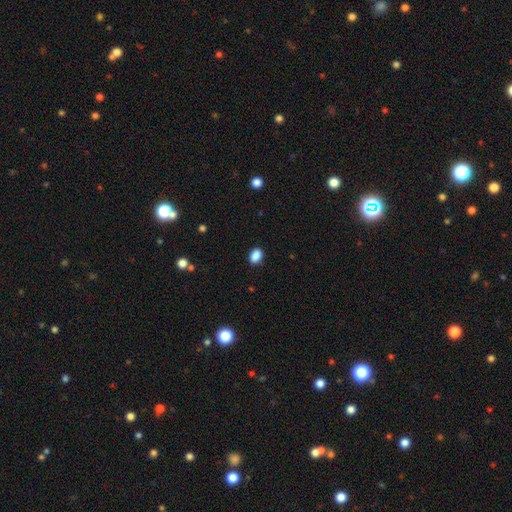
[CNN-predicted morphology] smooth_or_featured: smooth (p=0.88) [alt: star or artifact p=0.09]
how_rounded: in between (p=0.76) [alt: round p=0.22]
merging: none (p=0.88) [alt: minor disturbance p=0.09]